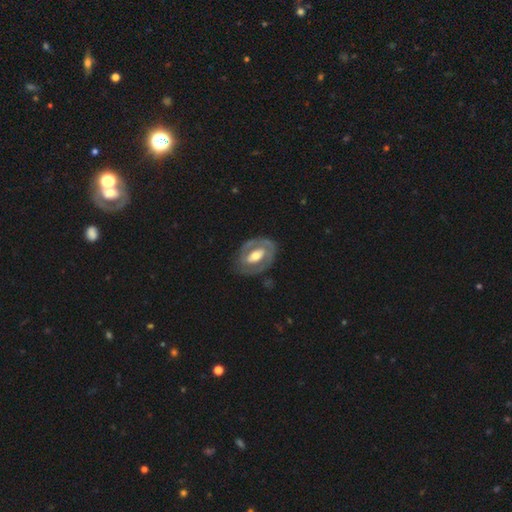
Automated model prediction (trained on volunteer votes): Smooth or featured: featured or disk — 70% (smooth — 26%)
Edge-on disk: no — 94% (yes — 6%)
Bar: no — 39% (weak — 32%)
Spiral arms: no — 54% (yes — 46%)
Bulge size: moderate — 63% (large — 21%)
Merging: none — 70% (minor disturbance — 19%)